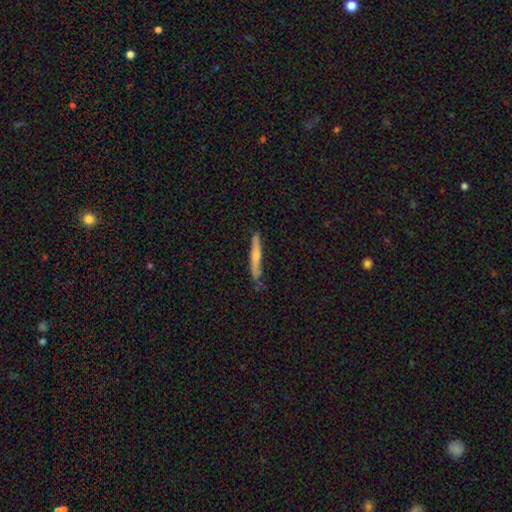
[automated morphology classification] Smooth or featured?
  - featured or disk: 57% *
  - smooth: 31%
  - star or artifact: 12%
Edge-on disk?
  - yes: 91% *
  - no: 9%
Edge-on bulge?
  - rounded: 63% *
  - none: 27%
  - boxy: 10%
Merging?
  - none: 80% *
  - minor disturbance: 13%
  - major disturbance: 4%
  - merger: 3%